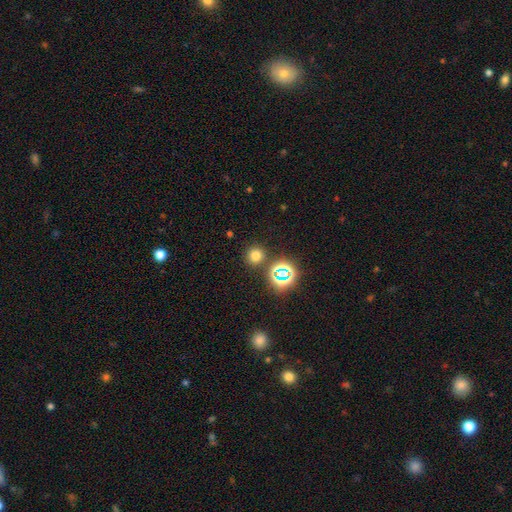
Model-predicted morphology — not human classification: A smooth galaxy with no disk features (69%) that is round (91%). Merging: none (85%).